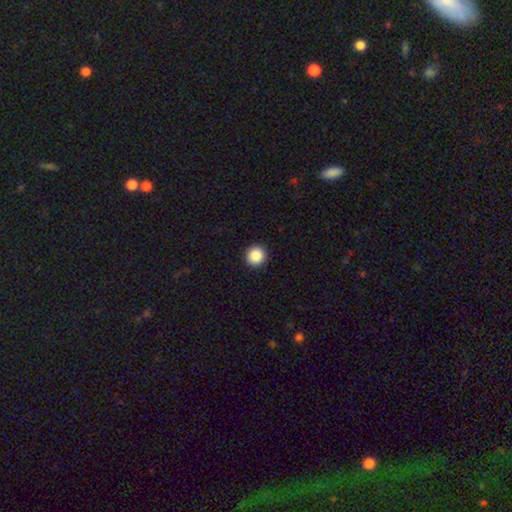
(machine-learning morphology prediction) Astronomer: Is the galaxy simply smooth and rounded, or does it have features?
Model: smooth — 87%.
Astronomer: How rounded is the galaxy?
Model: round — 96%.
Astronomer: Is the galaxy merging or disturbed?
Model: none — 94%.